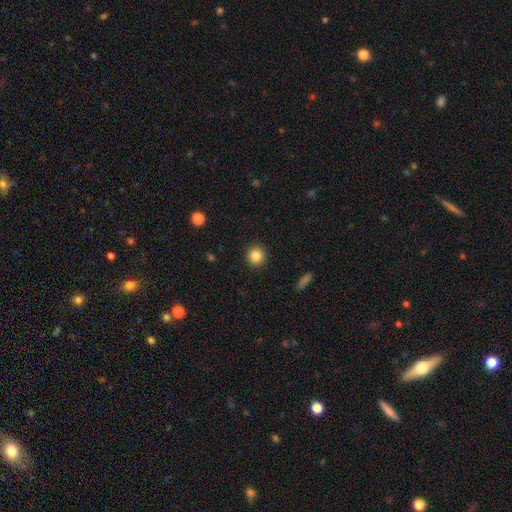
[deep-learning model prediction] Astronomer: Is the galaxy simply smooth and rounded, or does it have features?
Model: smooth — 85%.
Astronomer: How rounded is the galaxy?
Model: round — 92%.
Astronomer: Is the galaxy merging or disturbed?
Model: none — 92%.